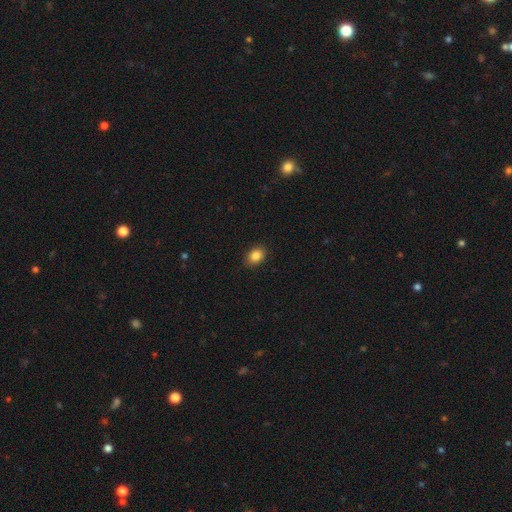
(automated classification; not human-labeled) Smooth or featured? smooth (86%)
How rounded? in between (71%)
Merging? none (88%)